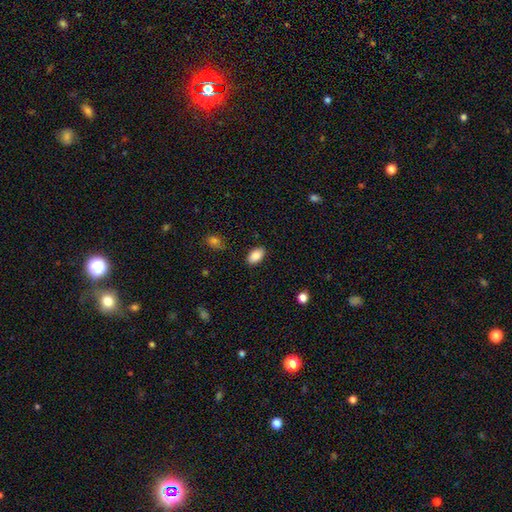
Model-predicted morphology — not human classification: A smooth galaxy with no disk features (88%) that is in between round and cigar-shaped (92%).

Vote fractions:
- Smooth or featured? smooth: 88% / star or artifact: 8% / featured or disk: 5%
- How rounded? in between: 92% / round: 6% / cigar-shaped: 2%
- Merging? none: 86% / minor disturbance: 10% / major disturbance: 3% / merger: 1%